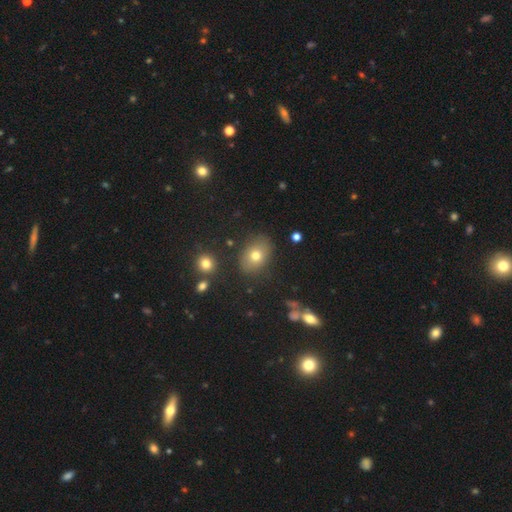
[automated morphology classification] smooth_or_featured: smooth (p=0.73) [alt: featured or disk p=0.14]
how_rounded: in between (p=0.67) [alt: round p=0.32]
merging: none (p=0.82) [alt: minor disturbance p=0.12]